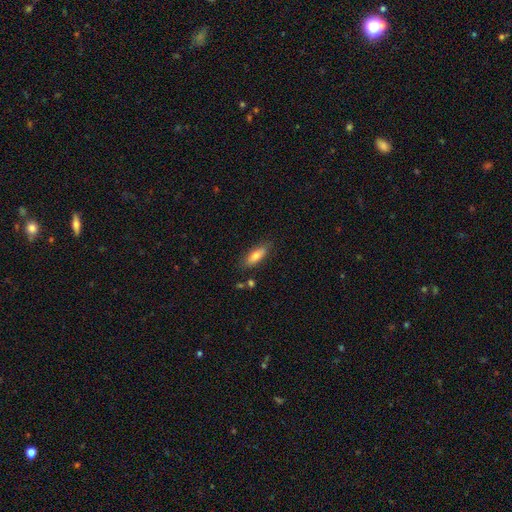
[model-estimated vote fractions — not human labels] Smooth or featured?
  - smooth: 77% *
  - featured or disk: 16%
  - star or artifact: 7%
How rounded?
  - in between: 61% *
  - cigar-shaped: 36%
  - round: 2%
Merging?
  - none: 82% *
  - minor disturbance: 13%
  - merger: 3%
  - major disturbance: 3%